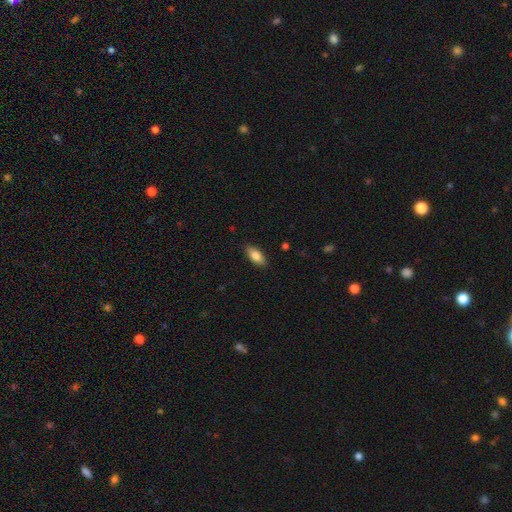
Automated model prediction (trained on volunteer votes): smooth_or_featured: smooth (p=0.84) [alt: featured or disk p=0.10]
how_rounded: in between (p=0.85) [alt: cigar-shaped p=0.12]
merging: none (p=0.87) [alt: minor disturbance p=0.10]